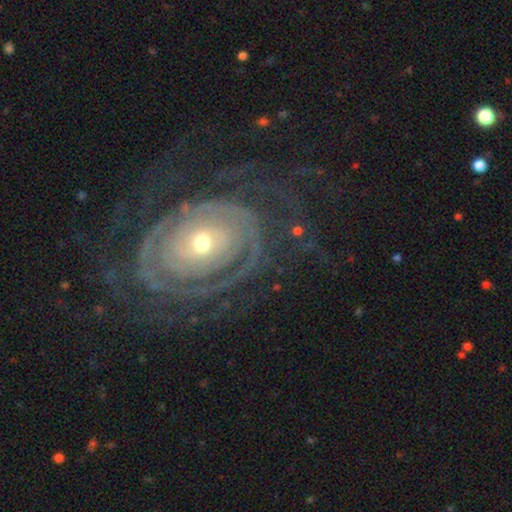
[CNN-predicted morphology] type=featured or disk (86%); edge-on=no (96%); bar=no (76%); spiral arms=yes (91%); winding=tight (81%); arm count=can't tell (35%); bulge=small (57%); merging=none (71%).